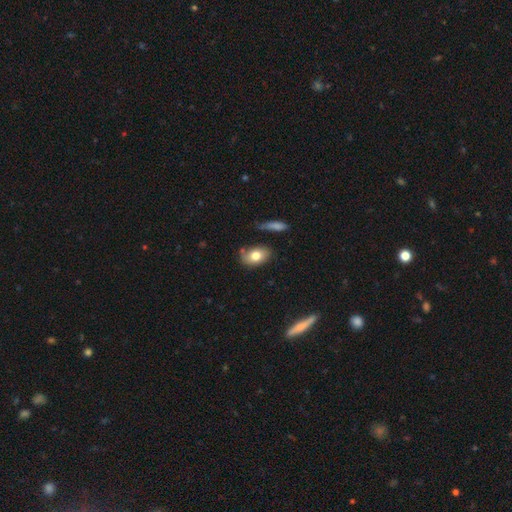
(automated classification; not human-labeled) Morphology: type=smooth (76%); roundness=in between (83%); merging=none (69%).